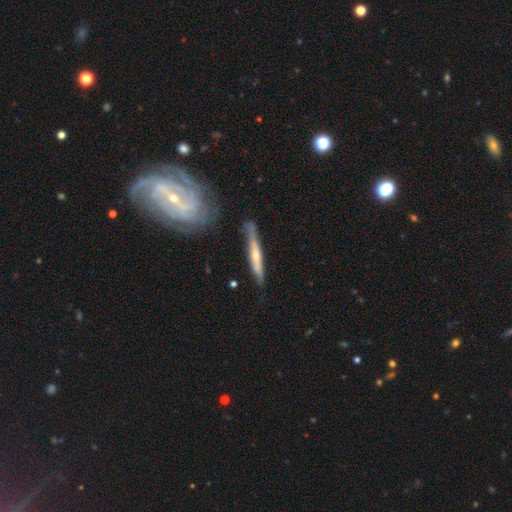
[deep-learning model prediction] Smooth or featured: featured or disk — 54% (smooth — 41%)
Edge-on disk: yes — 89% (no — 11%)
Merging: none — 72% (minor disturbance — 20%)